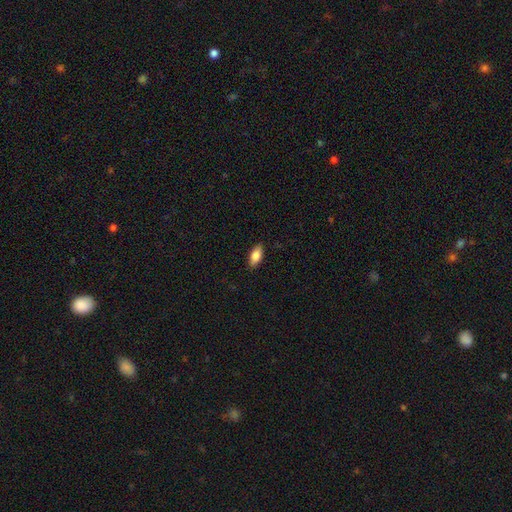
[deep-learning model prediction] A smooth galaxy with no disk features (82%) that is in between round and cigar-shaped (88%).

Vote fractions:
- Smooth or featured? smooth: 82% / featured or disk: 11% / star or artifact: 7%
- How rounded? in between: 88% / cigar-shaped: 10% / round: 3%
- Merging? none: 88% / minor disturbance: 9% / major disturbance: 2% / merger: 1%